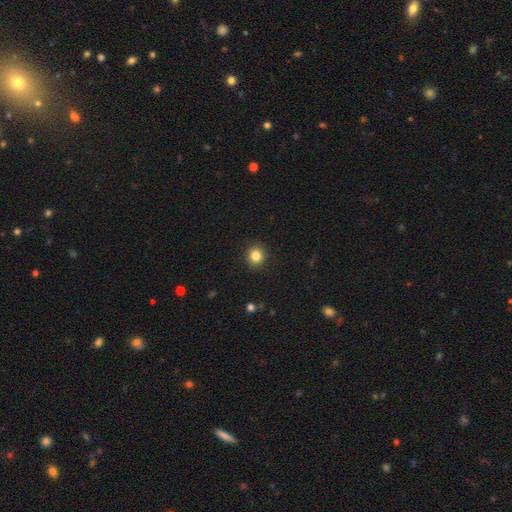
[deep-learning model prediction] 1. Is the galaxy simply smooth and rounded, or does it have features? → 84% smooth, 11% star or artifact, 5% featured or disk.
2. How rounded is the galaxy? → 91% round, 8% in between, 1% cigar-shaped.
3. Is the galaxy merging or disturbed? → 92% none, 5% minor disturbance, 2% major disturbance, 1% merger.